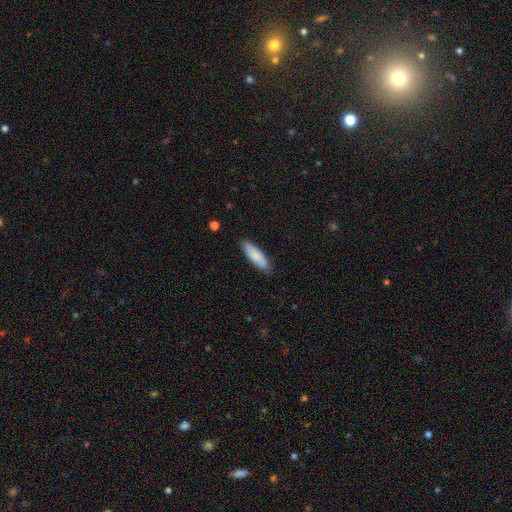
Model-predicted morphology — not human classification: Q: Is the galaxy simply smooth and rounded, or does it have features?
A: smooth — 84%.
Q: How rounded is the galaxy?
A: cigar-shaped — 56%.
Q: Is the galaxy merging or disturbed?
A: none — 83%.